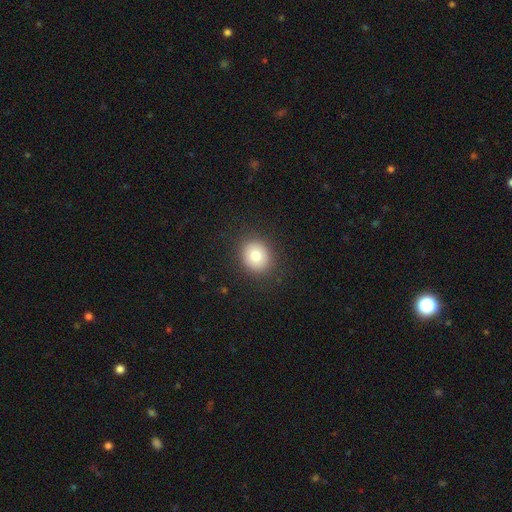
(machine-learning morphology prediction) Smooth or featured?
  - smooth: 79% *
  - featured or disk: 11%
  - star or artifact: 10%
How rounded?
  - round: 75% *
  - in between: 24%
  - cigar-shaped: 1%
Merging?
  - none: 88% *
  - minor disturbance: 8%
  - major disturbance: 3%
  - merger: 1%